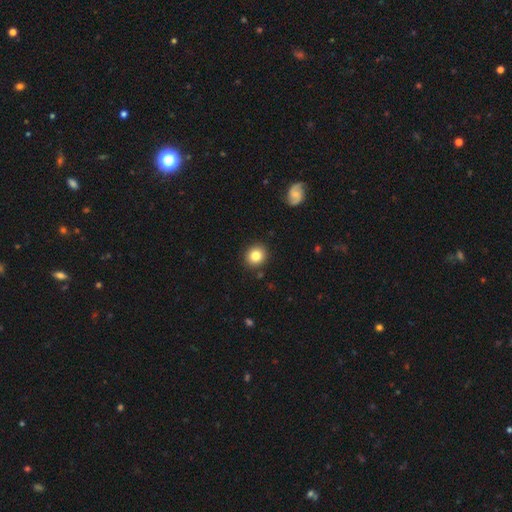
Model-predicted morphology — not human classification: The model was most divided on "how rounded": round: 84%, in between: 15%, cigar-shaped: 1%. More confident: merging — none (90%); smooth or featured — smooth (83%).